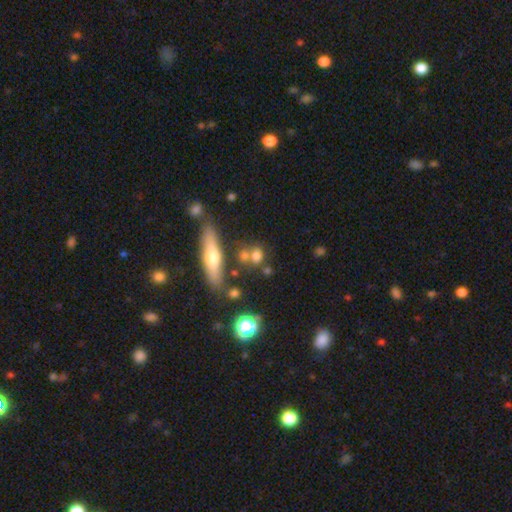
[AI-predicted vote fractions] smooth-or-featured: smooth: 65% | featured or disk: 20% | star or artifact: 15%
  how-rounded: round: 59% | in between: 27% | cigar-shaped: 14%
  merging: none: 60% | merger: 24% | minor disturbance: 12% | major disturbance: 5%